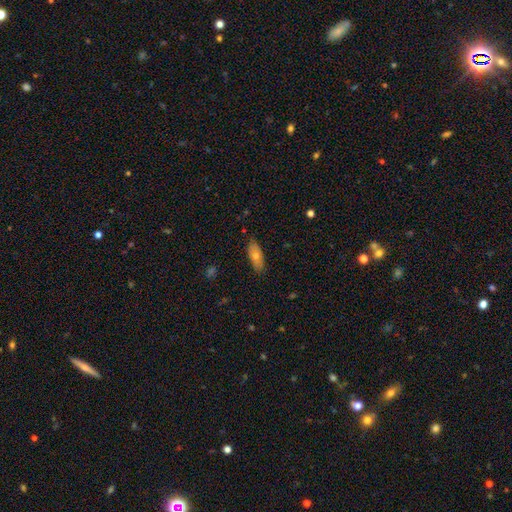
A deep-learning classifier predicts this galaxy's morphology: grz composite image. It shows a smooth galaxy with no disk features (61%) that is in between round and cigar-shaped (72%). Merging: none (85%).